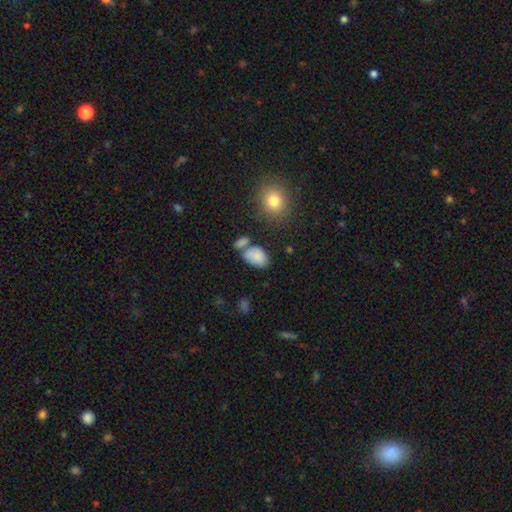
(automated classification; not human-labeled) smooth 83%, featured or disk 9%, star or artifact 8%. Down the decision tree: how rounded — in between (89%); merging — none (49%).